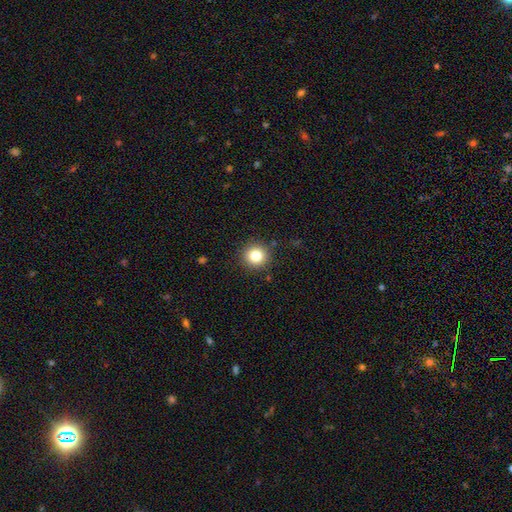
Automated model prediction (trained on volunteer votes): This appears to be a smooth galaxy with no disk features (81%) that is round (94%). Merging: none (90%).